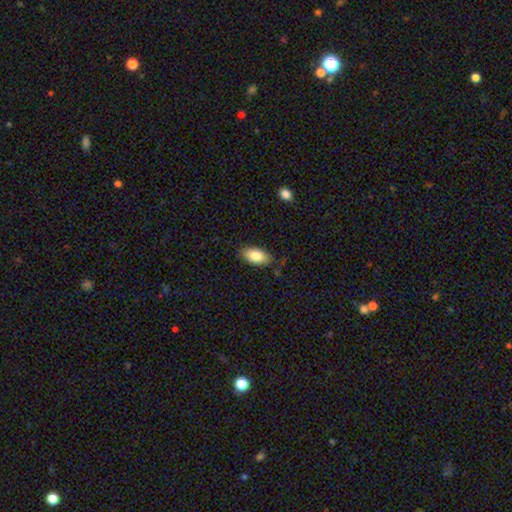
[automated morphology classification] A smooth galaxy with no disk features (82%) that is in between round and cigar-shaped (93%). Merging: none (82%).